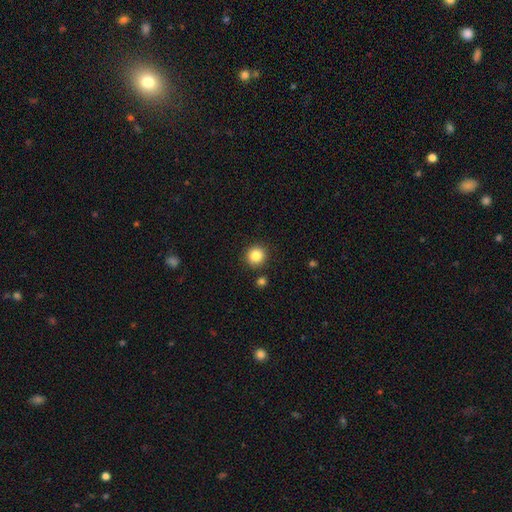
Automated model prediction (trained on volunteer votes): smooth 85%, star or artifact 10%, featured or disk 5%. Down the decision tree: how rounded — round (92%); merging — none (89%).